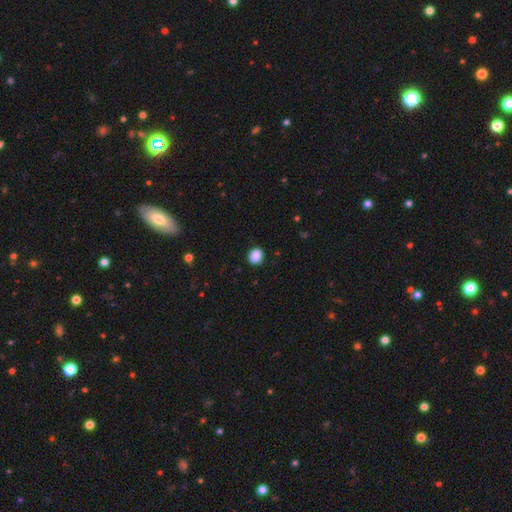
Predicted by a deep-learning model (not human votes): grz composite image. It shows a smooth galaxy with no disk features (88%) that is round (65%). Merging: none (89%).